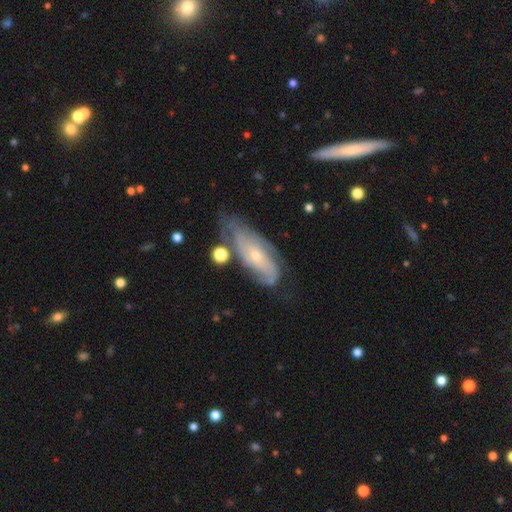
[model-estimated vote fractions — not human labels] Smooth or featured? Predicted: featured or disk (p=0.73). Edge-on disk? Predicted: no (p=0.88). Bar? Predicted: no (p=0.74). Spiral arms? Predicted: yes (p=0.86). Spiral winding? Predicted: tight (p=0.51). Spiral arm count? Predicted: can't tell (p=0.40). Bulge size? Predicted: small (p=0.74). Merging? Predicted: none (p=0.56).